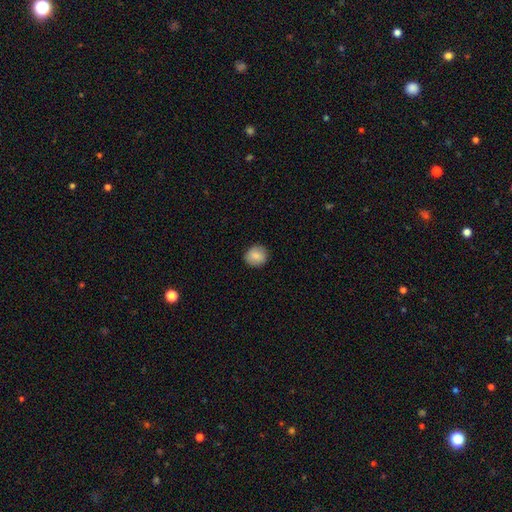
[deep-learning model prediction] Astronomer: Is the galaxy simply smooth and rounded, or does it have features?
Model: smooth — 85%.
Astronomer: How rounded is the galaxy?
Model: round — 83%.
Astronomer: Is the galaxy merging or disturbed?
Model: none — 89%.